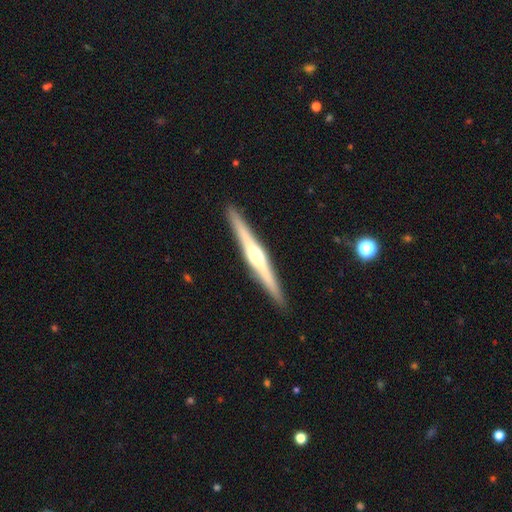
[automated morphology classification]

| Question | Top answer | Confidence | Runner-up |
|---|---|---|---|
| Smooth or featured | featured or disk | 77% | smooth (18%) |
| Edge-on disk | yes | 98% | no (2%) |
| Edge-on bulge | rounded | 89% | boxy (6%) |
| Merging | none | 92% | minor disturbance (6%) |